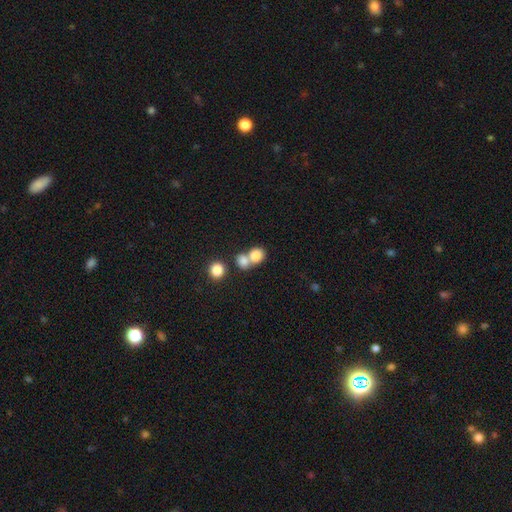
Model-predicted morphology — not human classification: The model was most divided on "merging": merger: 57%, none: 33%, minor disturbance: 6%, major disturbance: 3%. More confident: smooth or featured — smooth (81%); how rounded — round (68%).